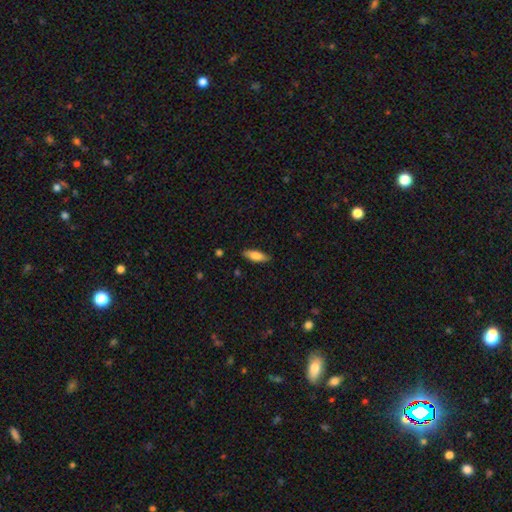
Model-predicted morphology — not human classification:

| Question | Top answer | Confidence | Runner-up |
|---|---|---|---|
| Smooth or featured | smooth | 77% | featured or disk (17%) |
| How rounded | in between | 65% | cigar-shaped (33%) |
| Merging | none | 86% | minor disturbance (11%) |